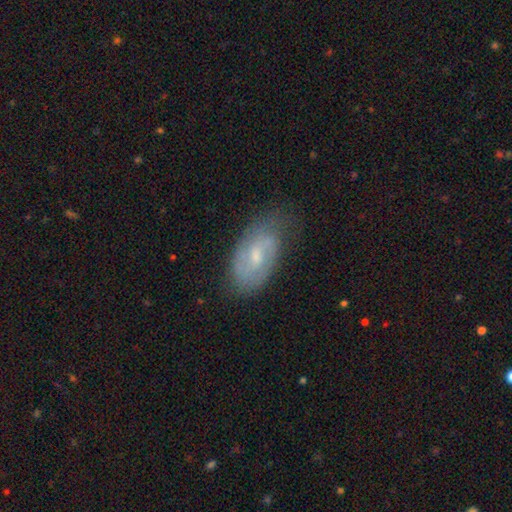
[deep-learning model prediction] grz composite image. It shows a featured or disk galaxy (64%) with a weak bar (55%), 2 (63%) medium (44%) spiral arms (83%) and a small central bulge (47%). Merging: none (64%).